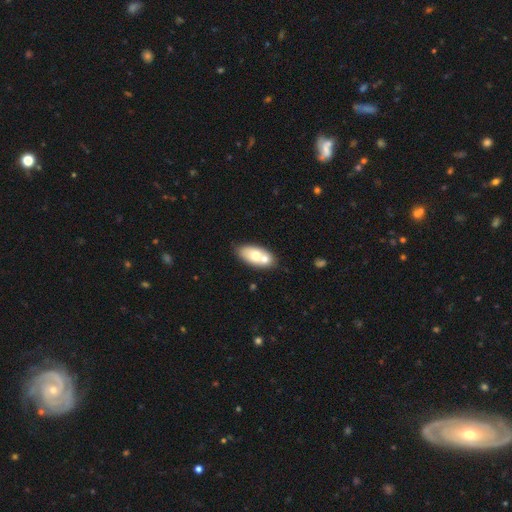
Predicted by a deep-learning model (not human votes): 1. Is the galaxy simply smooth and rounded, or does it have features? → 62% smooth, 31% featured or disk, 7% star or artifact.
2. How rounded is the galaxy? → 87% in between, 7% round, 6% cigar-shaped.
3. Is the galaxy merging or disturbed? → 46% merger, 40% none, 11% minor disturbance, 3% major disturbance.